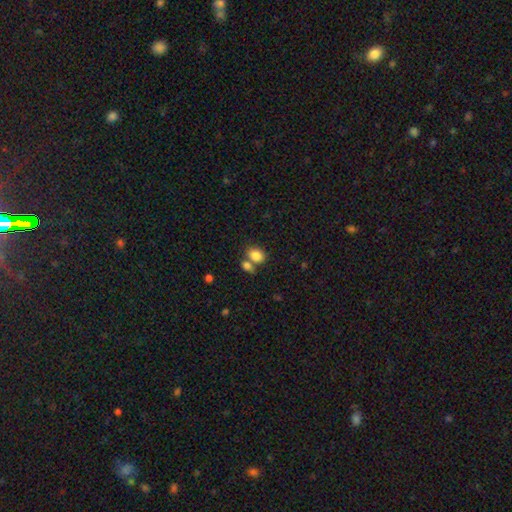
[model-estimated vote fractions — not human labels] The model was most divided on "merging": none: 49%, merger: 37%, minor disturbance: 11%, major disturbance: 4%. More confident: smooth or featured — smooth (84%); how rounded — in between (68%).